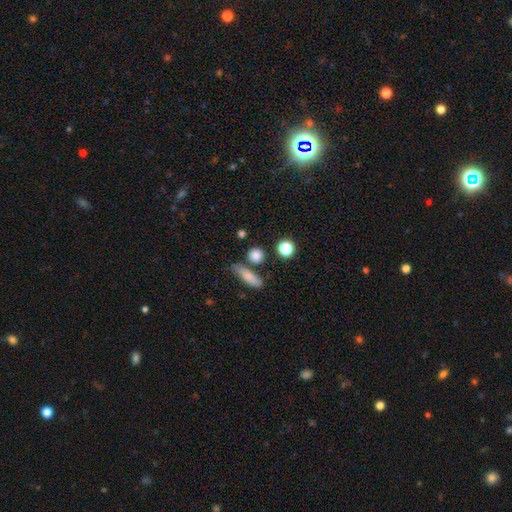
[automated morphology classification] smooth-or-featured: smooth: 82% | star or artifact: 11% | featured or disk: 7%
  how-rounded: round: 76% | in between: 15% | cigar-shaped: 9%
  merging: none: 77% | minor disturbance: 10% | merger: 10% | major disturbance: 3%